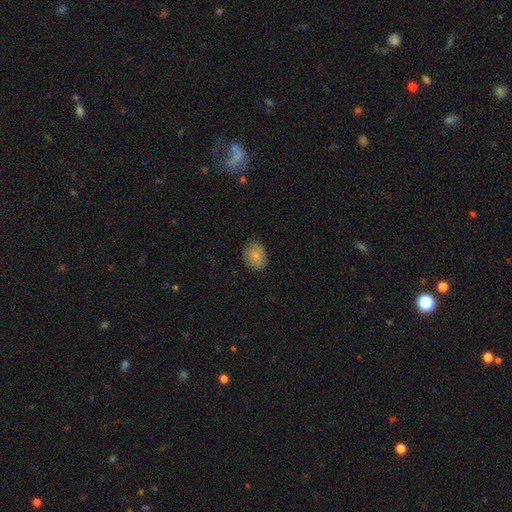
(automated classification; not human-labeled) This appears to be a smooth galaxy with no disk features (85%) that is in between round and cigar-shaped (62%). Merging: none (84%).